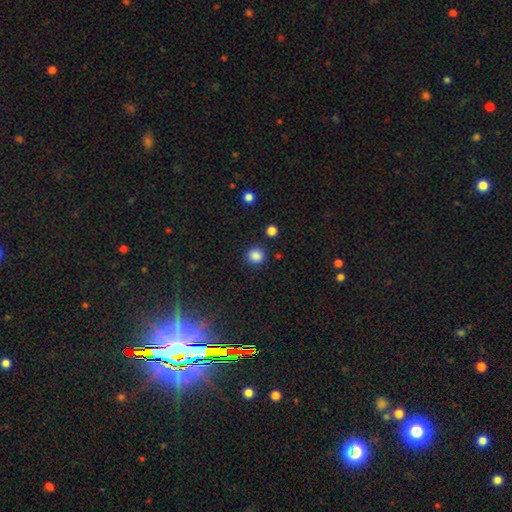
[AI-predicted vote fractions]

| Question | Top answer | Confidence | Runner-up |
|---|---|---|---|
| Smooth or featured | smooth | 86% | star or artifact (11%) |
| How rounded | round | 82% | in between (17%) |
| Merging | none | 86% | minor disturbance (8%) |